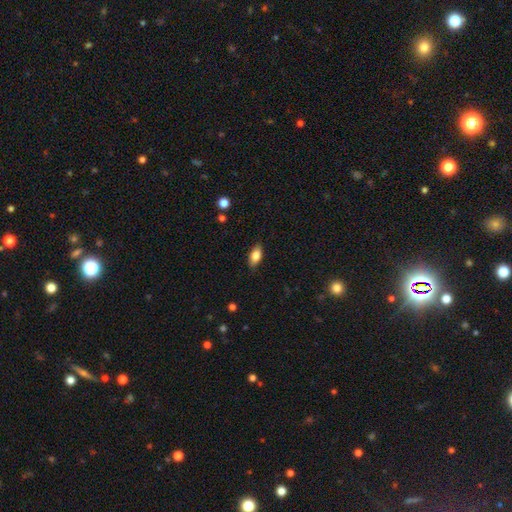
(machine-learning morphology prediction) Smooth or featured? smooth (80%)
How rounded? in between (86%)
Merging? none (86%)